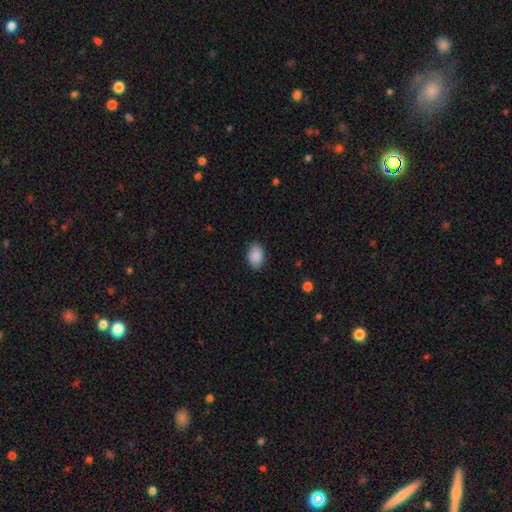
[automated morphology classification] The model was most divided on "how rounded": in between: 86%, round: 13%, cigar-shaped: 1%. More confident: smooth or featured — smooth (90%); merging — none (86%).